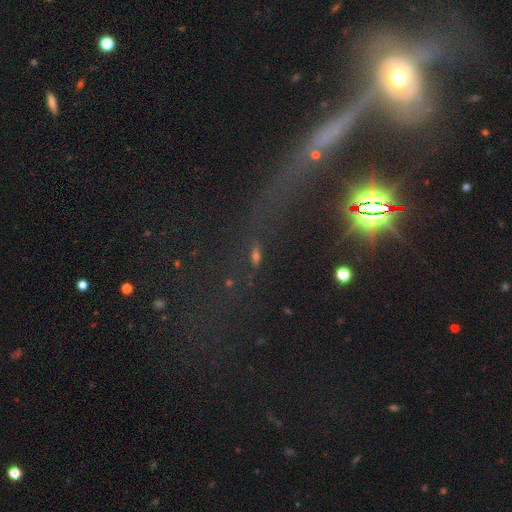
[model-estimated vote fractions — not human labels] The model was most divided on "smooth or featured": star or artifact: 43%, smooth: 36%, featured or disk: 21%.